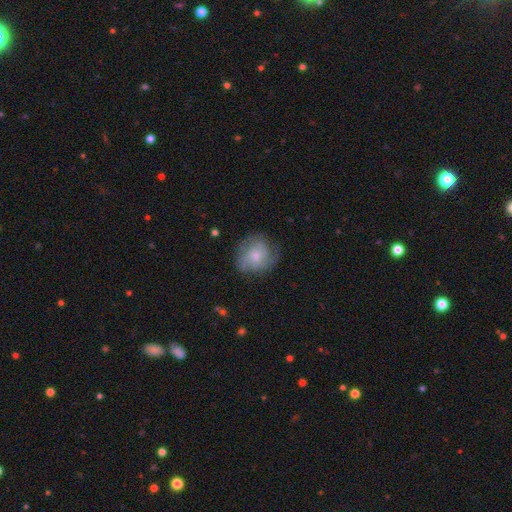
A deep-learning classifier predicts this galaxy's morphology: Smooth or featured? Predicted: smooth (p=0.50). How rounded? Predicted: round (p=0.76). Merging? Predicted: none (p=0.61).